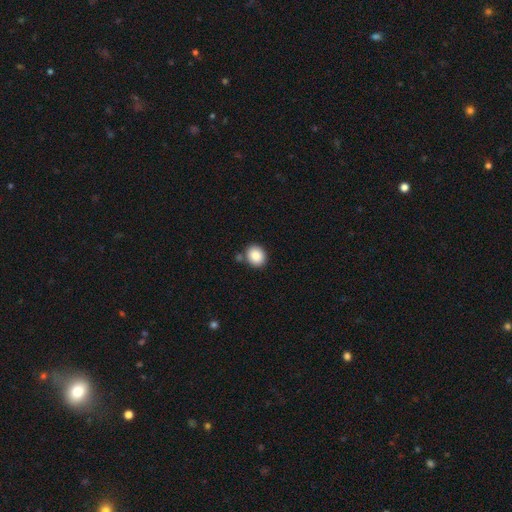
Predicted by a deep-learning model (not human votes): The model was most divided on "how rounded": round: 65%, in between: 34%, cigar-shaped: 1%. More confident: smooth or featured — smooth (87%); merging — none (78%).